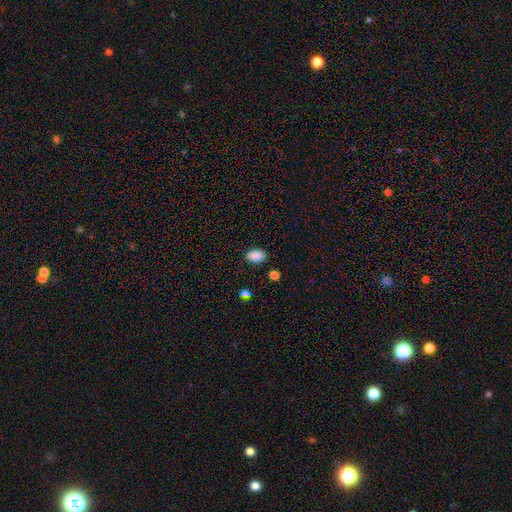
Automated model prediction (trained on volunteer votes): A smooth galaxy with no disk features (88%) that is in between round and cigar-shaped (90%). Merging: none (84%).